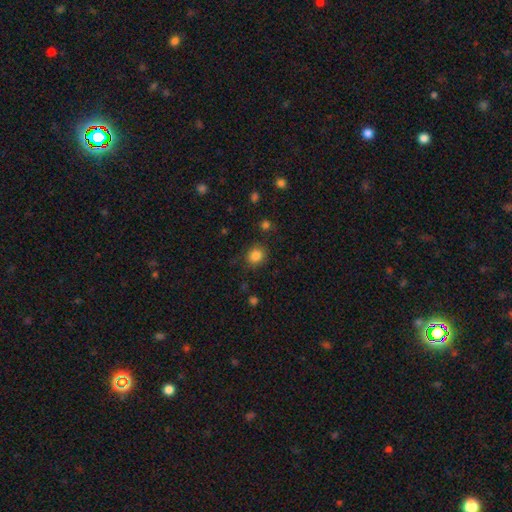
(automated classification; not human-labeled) smooth 84%, star or artifact 12%, featured or disk 5%. Down the decision tree: how rounded — round (80%); merging — none (83%).